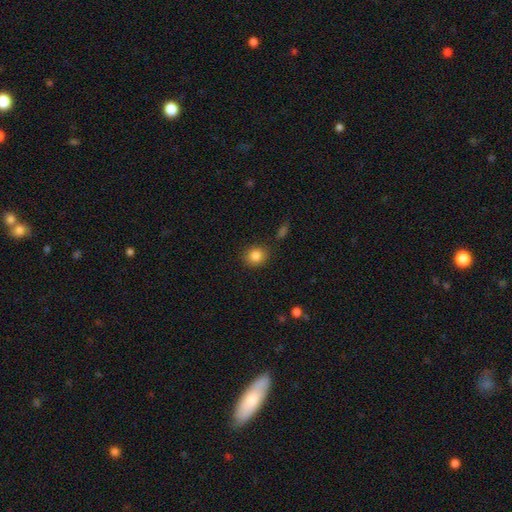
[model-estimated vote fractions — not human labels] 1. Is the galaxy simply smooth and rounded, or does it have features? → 84% smooth, 10% star or artifact, 6% featured or disk.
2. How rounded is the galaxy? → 73% round, 26% in between, 1% cigar-shaped.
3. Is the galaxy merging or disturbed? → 85% none, 10% minor disturbance, 3% merger, 3% major disturbance.